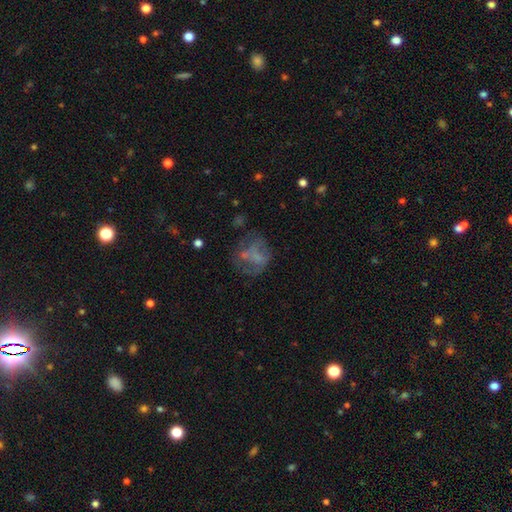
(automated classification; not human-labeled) Smooth or featured: featured or disk — 45% (smooth — 39%)
Merging: none — 44% (major disturbance — 30%)